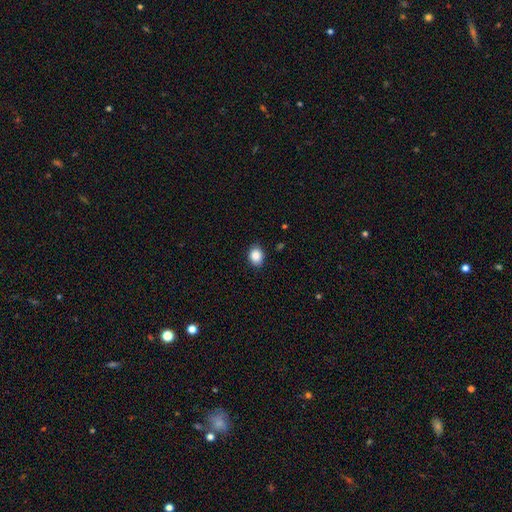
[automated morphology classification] Smooth or featured: smooth — 88% (star or artifact — 8%)
How rounded: in between — 57% (round — 42%)
Merging: none — 88% (minor disturbance — 9%)